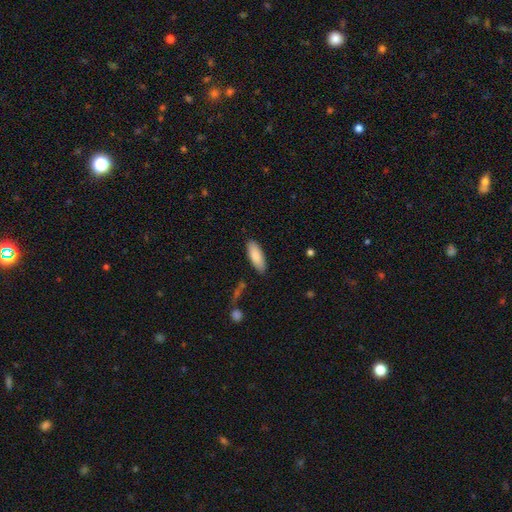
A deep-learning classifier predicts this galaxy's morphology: The model was most divided on "how rounded": in between: 72%, cigar-shaped: 26%, round: 2%. More confident: smooth or featured — smooth (87%); merging — none (87%).